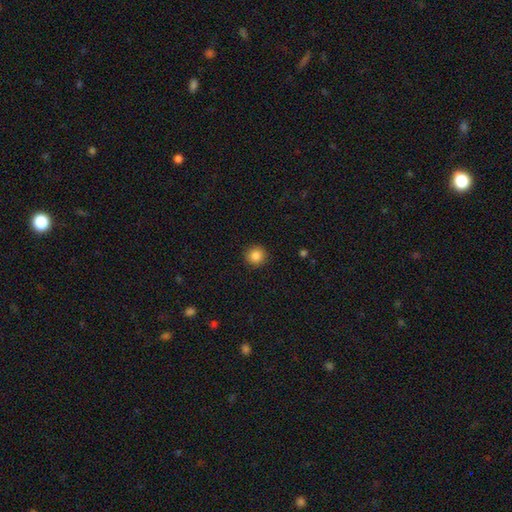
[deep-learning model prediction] smooth_or_featured: smooth (p=0.86) [alt: star or artifact p=0.10]
how_rounded: round (p=0.94) [alt: in between p=0.05]
merging: none (p=0.92) [alt: minor disturbance p=0.05]